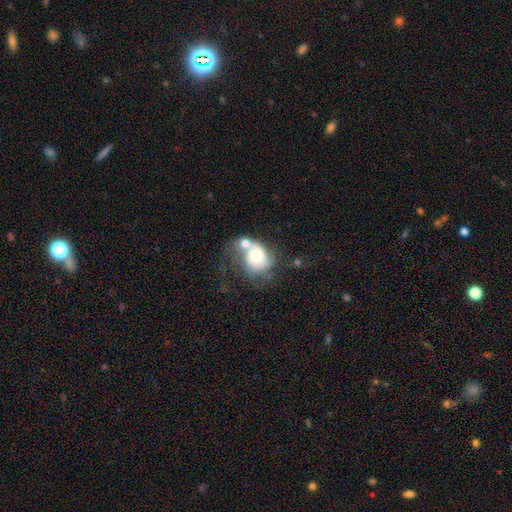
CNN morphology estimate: smooth_or_featured: smooth (p=0.52) [alt: featured or disk p=0.40]
how_rounded: round (p=0.50) [alt: in between p=0.48]
merging: merger (p=0.51) [alt: major disturbance p=0.21]